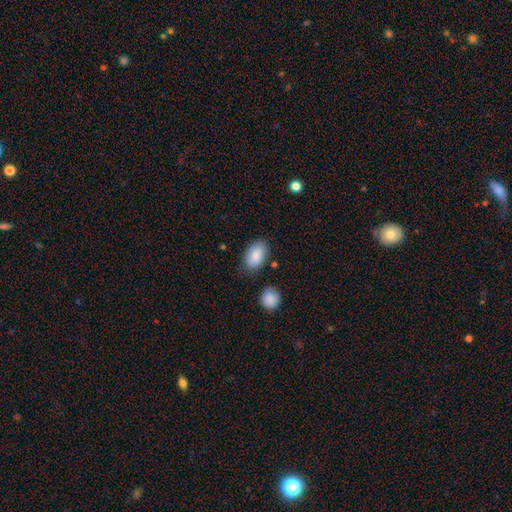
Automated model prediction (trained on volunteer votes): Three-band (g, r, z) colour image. It shows a smooth galaxy with no disk features (88%) that is in between round and cigar-shaped (93%). Merging: none (79%).